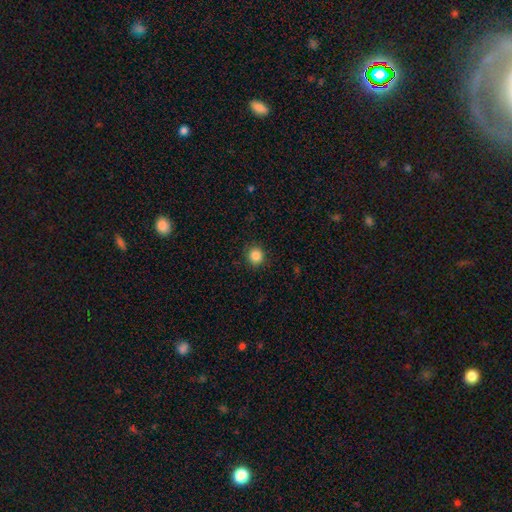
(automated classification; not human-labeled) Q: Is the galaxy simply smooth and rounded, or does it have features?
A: smooth — 86%.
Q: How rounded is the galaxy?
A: round — 91%.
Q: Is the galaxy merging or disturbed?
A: none — 90%.